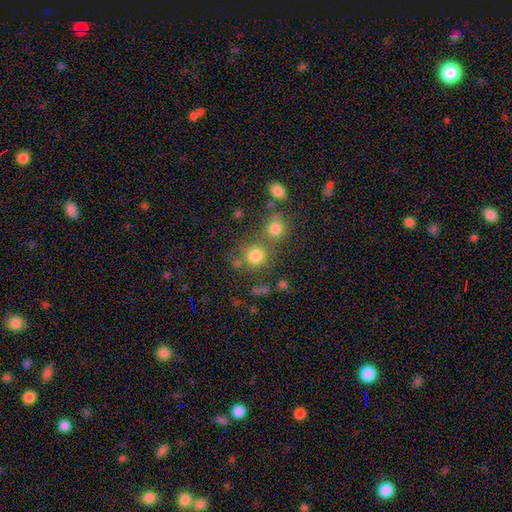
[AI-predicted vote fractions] Q: Smooth or featured?
A: smooth (78%); runner-up: star or artifact (14%)
Q: How rounded?
A: round (88%); runner-up: in between (11%)
Q: Merging?
A: none (59%); runner-up: merger (28%)